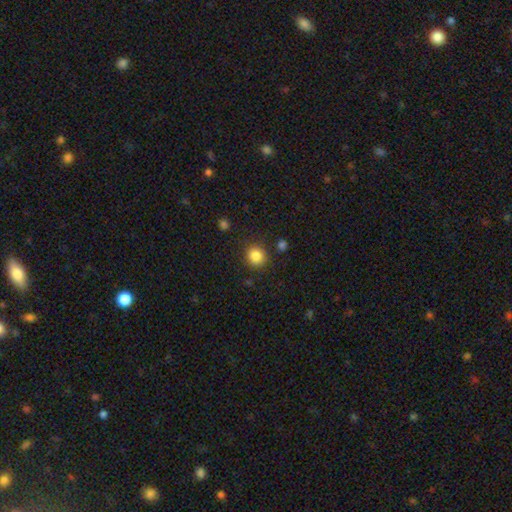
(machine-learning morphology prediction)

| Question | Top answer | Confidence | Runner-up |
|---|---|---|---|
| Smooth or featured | smooth | 85% | star or artifact (10%) |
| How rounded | round | 90% | in between (9%) |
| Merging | none | 87% | minor disturbance (8%) |